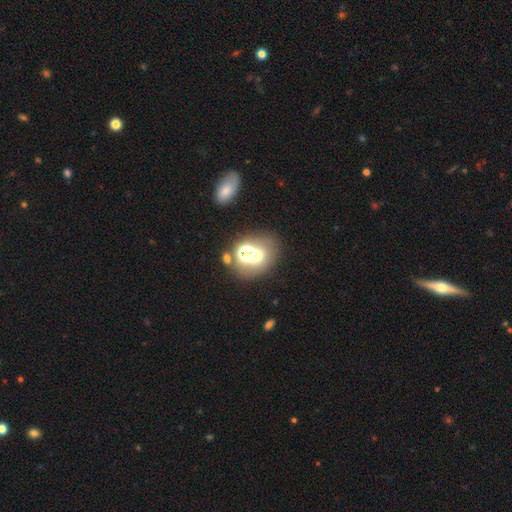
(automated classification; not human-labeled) Morphology: type=smooth (54%); roundness=round (64%); merging=none (48%).